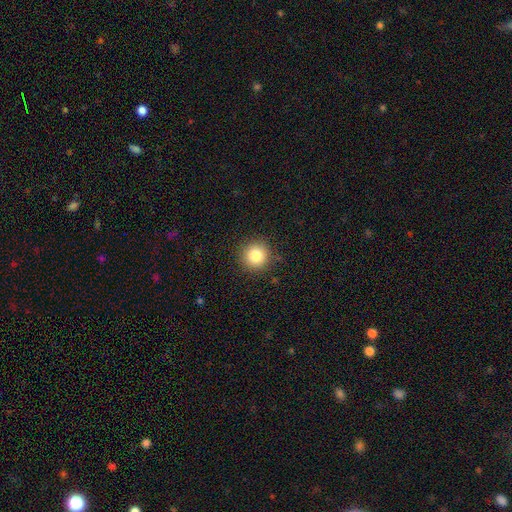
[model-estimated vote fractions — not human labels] Overall: smooth (83%). How rounded: round (94%). Merging: none (89%).